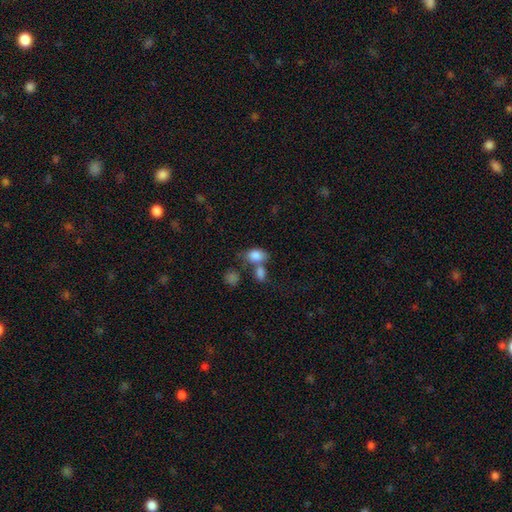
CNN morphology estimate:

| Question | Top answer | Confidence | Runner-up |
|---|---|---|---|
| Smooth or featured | smooth | 83% | star or artifact (9%) |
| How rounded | in between | 82% | round (17%) |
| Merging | none | 43% | merger (37%) |